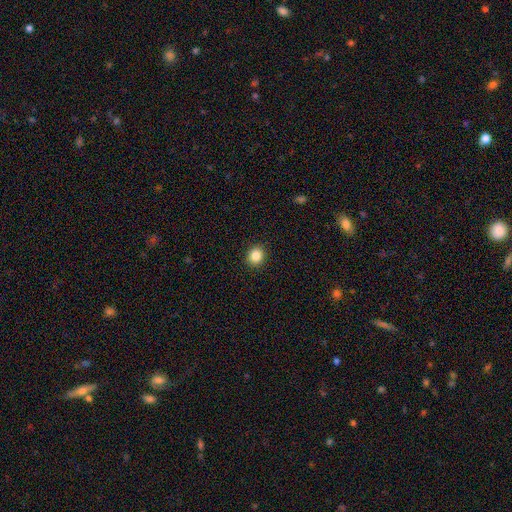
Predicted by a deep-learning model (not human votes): smooth 85%, star or artifact 10%, featured or disk 4%. Down the decision tree: how rounded — round (82%); merging — none (92%).